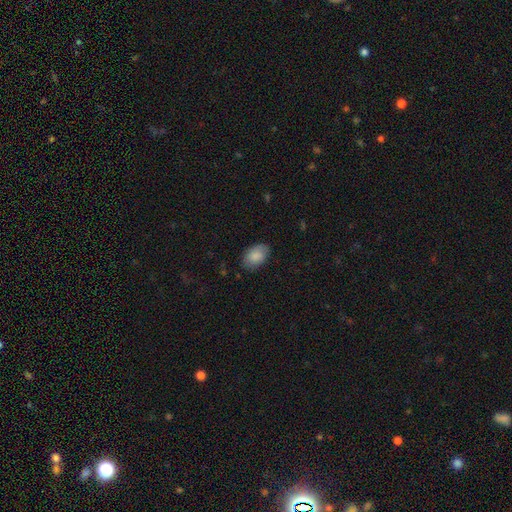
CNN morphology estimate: This appears to be a smooth galaxy with no disk features (85%) that is in between round and cigar-shaped (89%). Merging: none (79%).